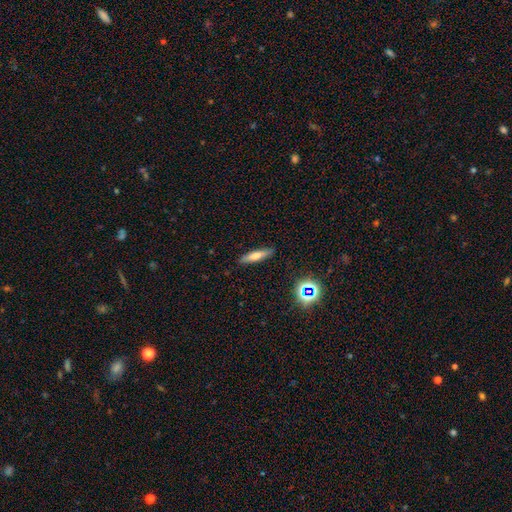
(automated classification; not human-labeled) smooth 60%, featured or disk 30%, star or artifact 10%. Down the decision tree: how rounded — cigar-shaped (80%); merging — none (87%).